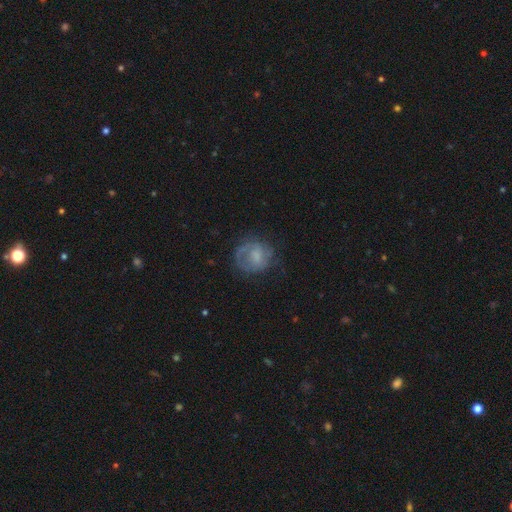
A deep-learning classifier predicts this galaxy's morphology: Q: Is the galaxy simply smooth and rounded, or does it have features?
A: featured or disk — 46%.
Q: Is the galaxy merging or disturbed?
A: none — 55%.